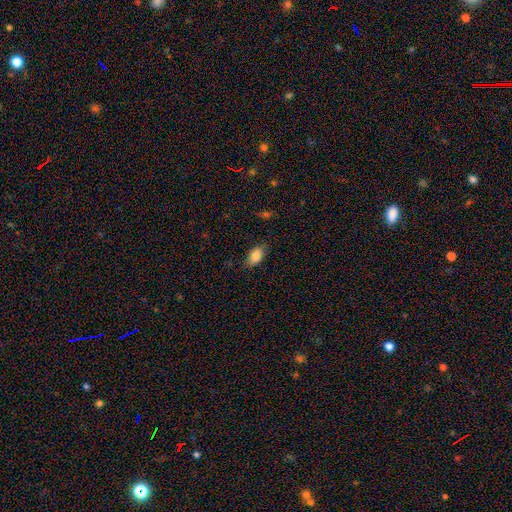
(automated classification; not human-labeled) Q: Smooth or featured?
A: smooth (86%); runner-up: star or artifact (8%)
Q: How rounded?
A: in between (90%); runner-up: round (6%)
Q: Merging?
A: none (79%); runner-up: minor disturbance (16%)